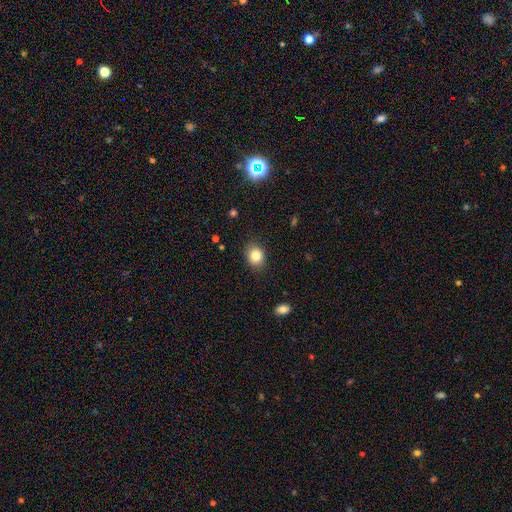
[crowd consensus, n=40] This appears to be a smooth galaxy with no disk features (78%) that is round (52%). Merging: none (77%).